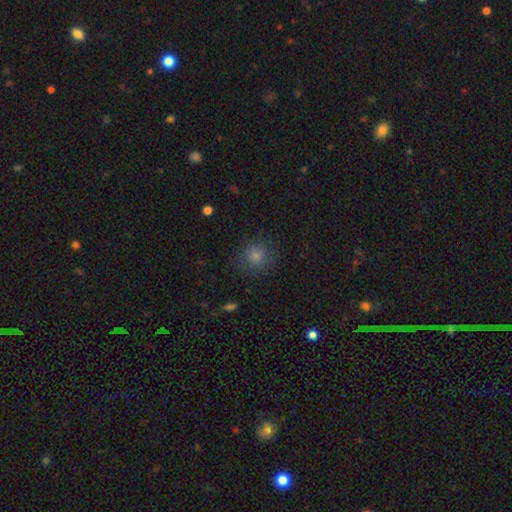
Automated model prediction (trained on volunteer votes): Q: Smooth or featured?
A: smooth (74%); runner-up: star or artifact (19%)
Q: How rounded?
A: round (91%); runner-up: in between (8%)
Q: Merging?
A: none (86%); runner-up: minor disturbance (10%)